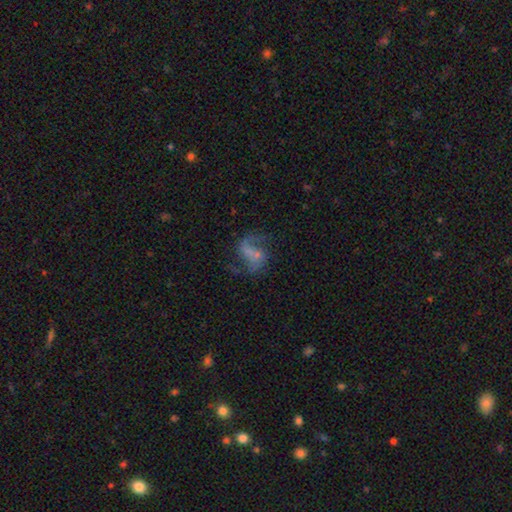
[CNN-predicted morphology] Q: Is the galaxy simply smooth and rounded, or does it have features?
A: featured or disk — 74%.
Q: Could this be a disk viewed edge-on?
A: no — 98%.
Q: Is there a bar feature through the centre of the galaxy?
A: weak — 42%.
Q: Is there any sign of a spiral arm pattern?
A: yes — 89%.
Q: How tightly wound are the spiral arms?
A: loose — 59%.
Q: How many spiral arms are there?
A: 2 — 81%.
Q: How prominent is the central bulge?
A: small — 44%.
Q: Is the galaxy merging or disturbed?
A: none — 57%.